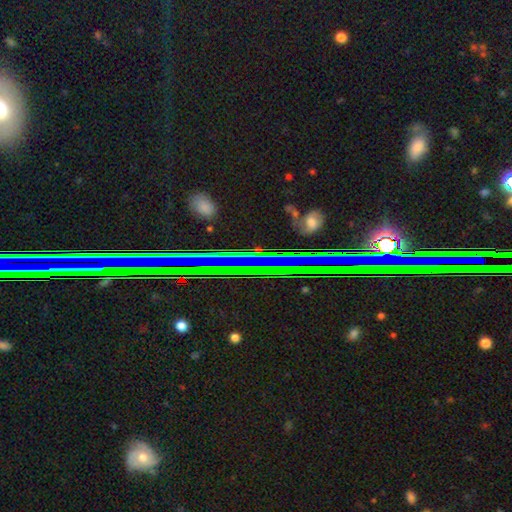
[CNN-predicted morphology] Q: Smooth or featured?
A: star or artifact (80%); runner-up: featured or disk (10%)